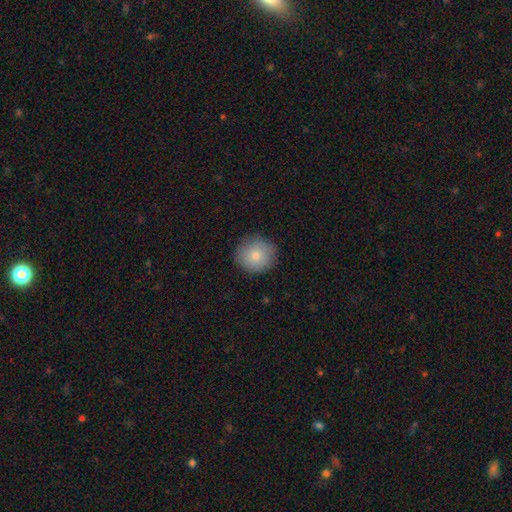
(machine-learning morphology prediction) smooth_or_featured: smooth (p=0.81) [alt: featured or disk p=0.11]
how_rounded: round (p=0.90) [alt: in between p=0.09]
merging: none (p=0.87) [alt: minor disturbance p=0.10]